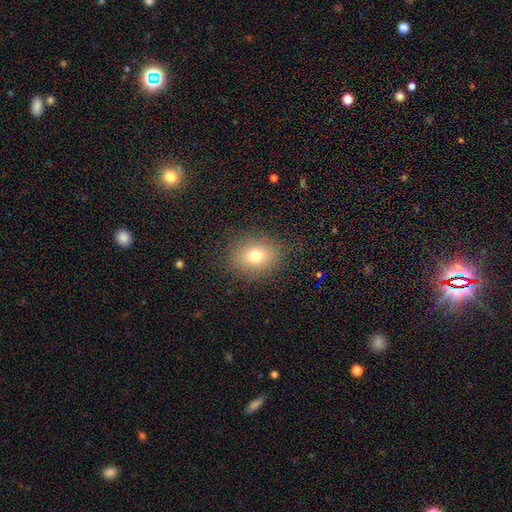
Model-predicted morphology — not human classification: Smooth or featured?
  - smooth: 74% *
  - star or artifact: 14%
  - featured or disk: 12%
How rounded?
  - round: 56% *
  - in between: 43%
  - cigar-shaped: 1%
Merging?
  - none: 84% *
  - minor disturbance: 10%
  - major disturbance: 4%
  - merger: 1%